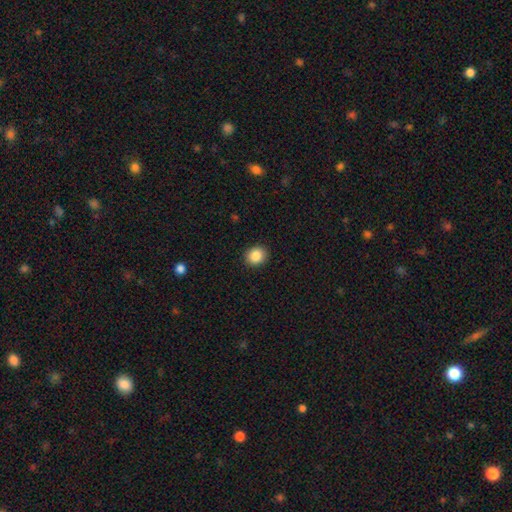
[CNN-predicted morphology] Overall: smooth (86%). How rounded: round (74%). Merging: none (91%).